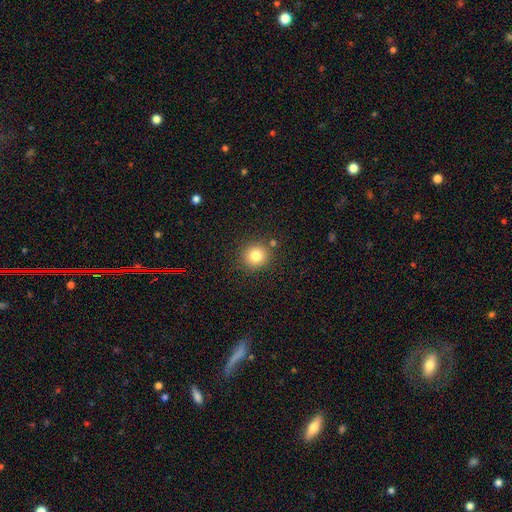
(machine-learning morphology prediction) smooth 81%, star or artifact 12%, featured or disk 7%. Down the decision tree: how rounded — round (91%); merging — none (84%).